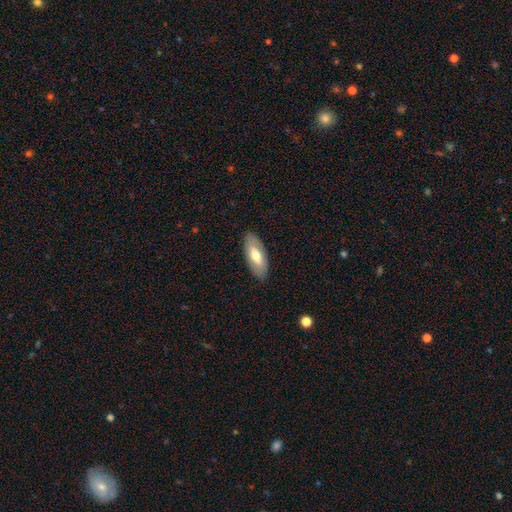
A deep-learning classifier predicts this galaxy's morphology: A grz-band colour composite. It shows a smooth galaxy with no disk features (57%) that is in between round and cigar-shaped (81%). Merging: none (87%).